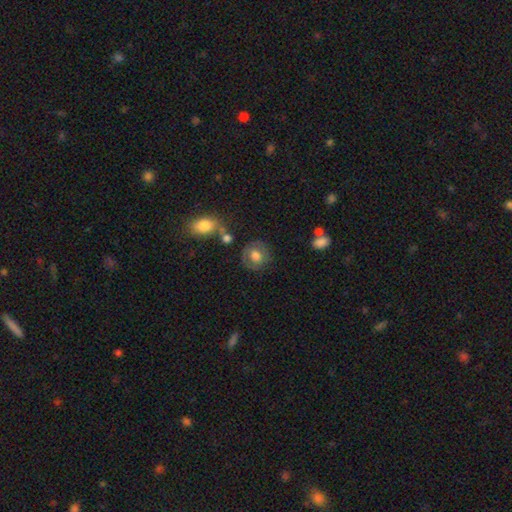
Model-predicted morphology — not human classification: Smooth or featured?
  - smooth: 64% *
  - featured or disk: 28%
  - star or artifact: 8%
How rounded?
  - round: 82% *
  - in between: 17%
  - cigar-shaped: 1%
Merging?
  - none: 74% *
  - minor disturbance: 15%
  - major disturbance: 7%
  - merger: 5%